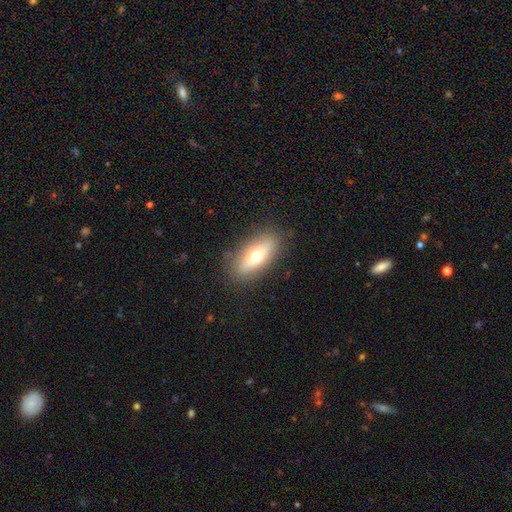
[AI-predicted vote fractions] Smooth or featured? smooth (64%)
How rounded? in between (76%)
Merging? none (86%)